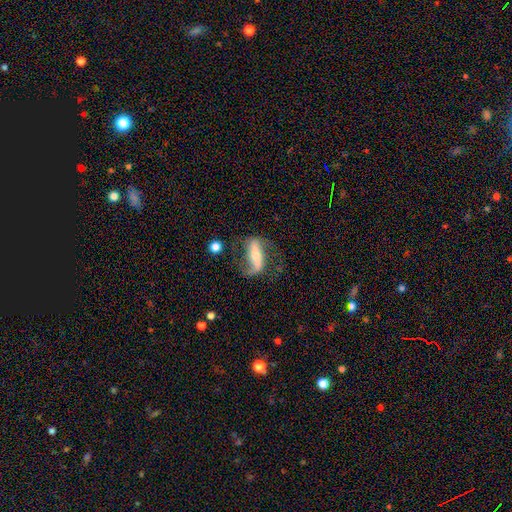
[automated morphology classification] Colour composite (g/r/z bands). It shows a featured or disk galaxy (71%) with a strong bar (58%), spiral arms (85%) and a small central bulge (48%). Merging: none (55%).